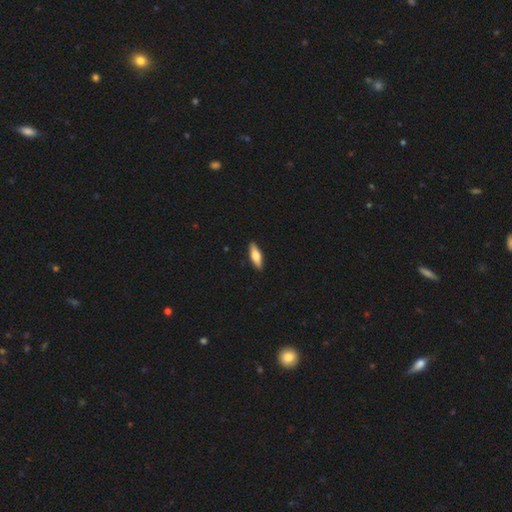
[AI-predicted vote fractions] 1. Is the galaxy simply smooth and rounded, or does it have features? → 65% smooth, 30% featured or disk, 5% star or artifact.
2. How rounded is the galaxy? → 49% cigar-shaped, 48% in between, 2% round.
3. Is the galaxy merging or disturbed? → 91% none, 7% minor disturbance, 1% major disturbance, 1% merger.